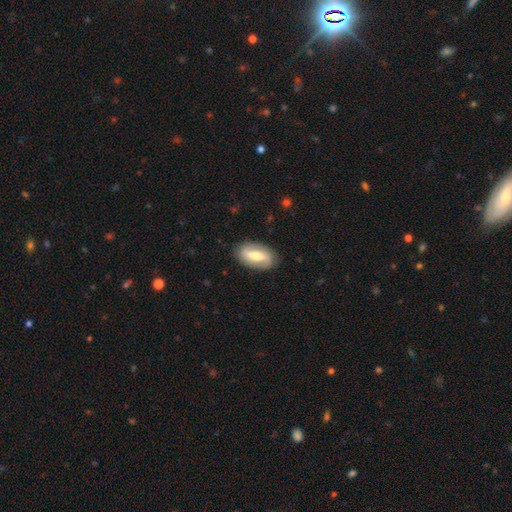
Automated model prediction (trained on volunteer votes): The model was most divided on "smooth or featured": featured or disk: 51%, smooth: 43%, star or artifact: 6%. More confident: edge-on disk — no (88%); merging — none (85%).